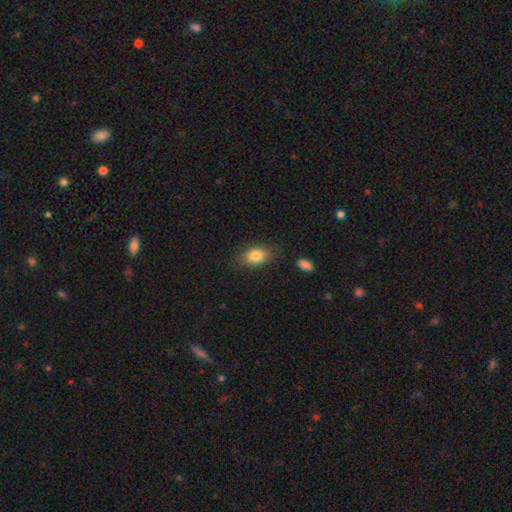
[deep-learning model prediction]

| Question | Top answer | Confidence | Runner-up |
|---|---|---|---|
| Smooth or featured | smooth | 83% | featured or disk (9%) |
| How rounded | in between | 80% | round (19%) |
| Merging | none | 80% | minor disturbance (14%) |